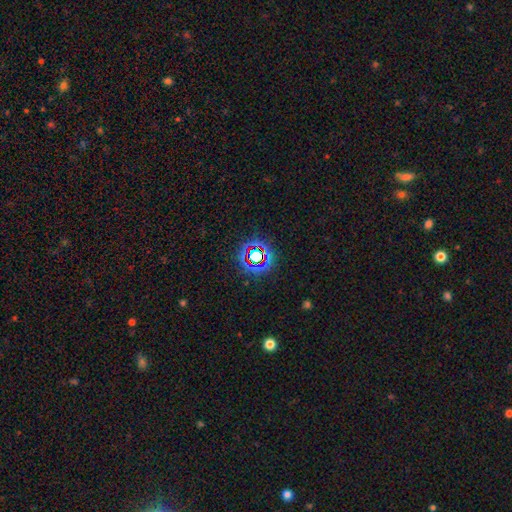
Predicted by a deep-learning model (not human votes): Smooth or featured: star or artifact — 71% (smooth — 19%)